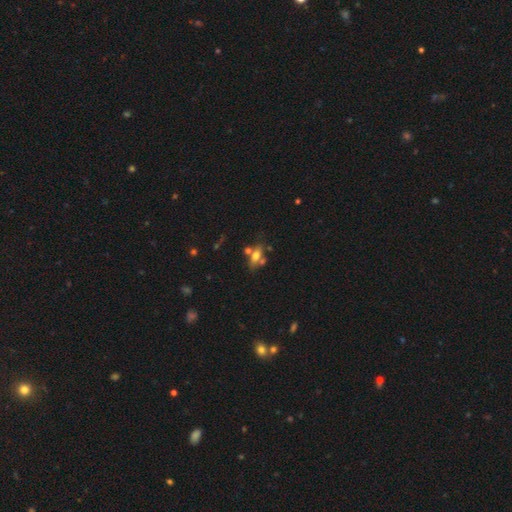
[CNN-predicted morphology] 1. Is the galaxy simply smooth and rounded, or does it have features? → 52% smooth, 35% featured or disk, 13% star or artifact.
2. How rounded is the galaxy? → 73% in between, 17% cigar-shaped, 10% round.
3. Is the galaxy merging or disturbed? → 49% none, 28% merger, 15% minor disturbance, 8% major disturbance.